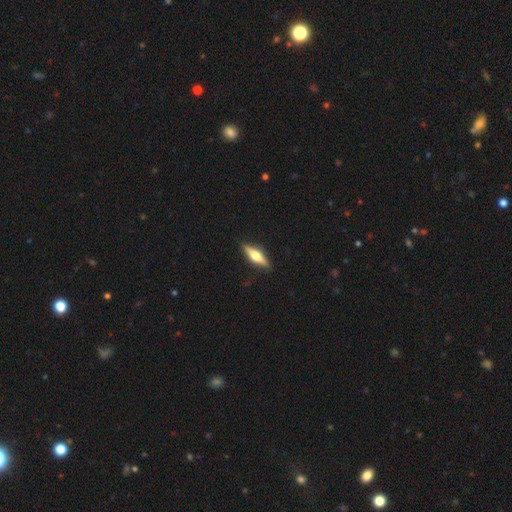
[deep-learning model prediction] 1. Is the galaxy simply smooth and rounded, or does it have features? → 61% featured or disk, 33% smooth, 6% star or artifact.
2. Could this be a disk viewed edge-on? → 96% yes, 4% no.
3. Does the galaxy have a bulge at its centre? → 92% rounded, 6% boxy, 2% none.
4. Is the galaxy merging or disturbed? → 89% none, 8% minor disturbance, 2% major disturbance, 1% merger.